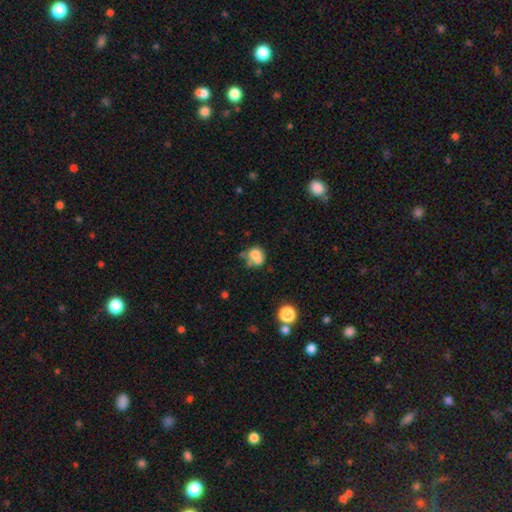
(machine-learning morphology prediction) Smooth or featured? smooth (66%)
How rounded? round (62%)
Merging? merger (44%)